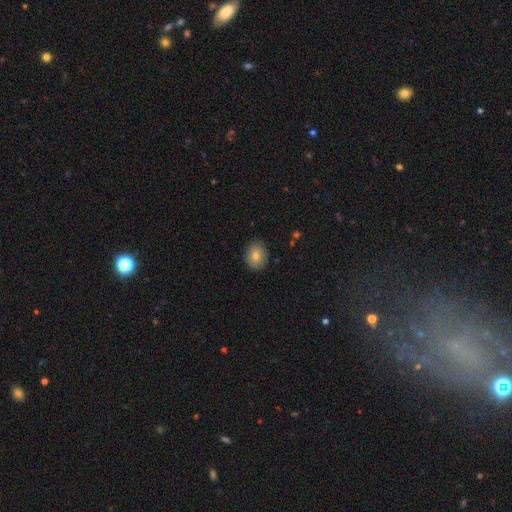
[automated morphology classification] This appears to be a smooth galaxy with no disk features (76%) that is in between round and cigar-shaped (59%). Merging: none (86%).